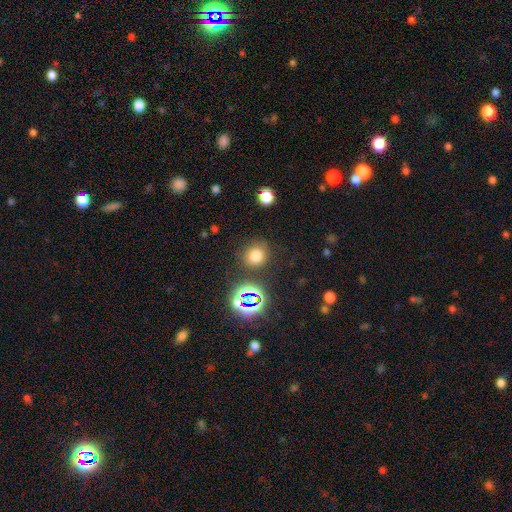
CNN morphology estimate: Q: Smooth or featured?
A: smooth (71%); runner-up: star or artifact (22%)
Q: How rounded?
A: round (86%); runner-up: in between (13%)
Q: Merging?
A: none (81%); runner-up: minor disturbance (11%)